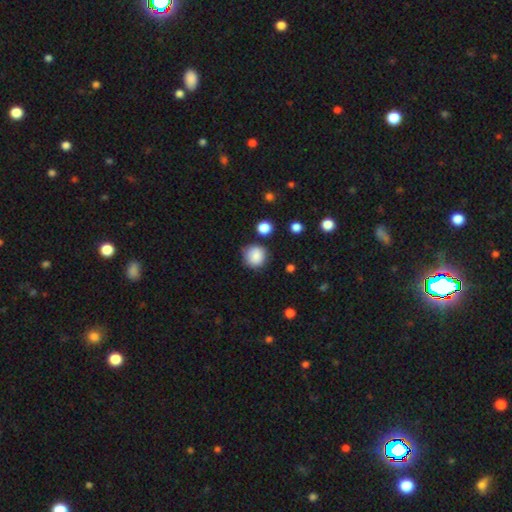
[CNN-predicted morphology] Smooth or featured? smooth (86%)
How rounded? round (91%)
Merging? none (77%)